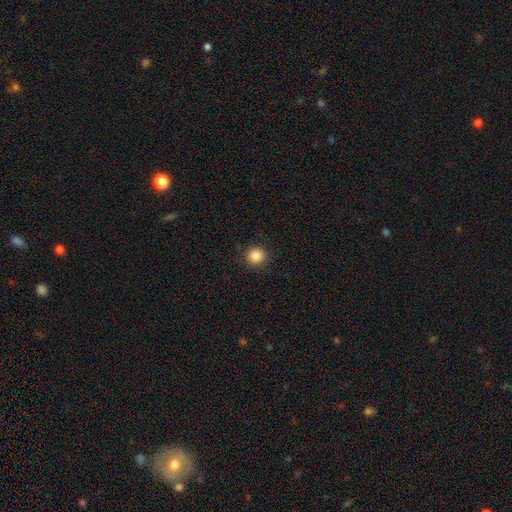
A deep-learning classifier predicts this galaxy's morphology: A smooth galaxy with no disk features (86%) that is round (94%).

Vote fractions:
- Smooth or featured? smooth: 86% / star or artifact: 11% / featured or disk: 4%
- How rounded? round: 94% / in between: 5% / cigar-shaped: 1%
- Merging? none: 92% / minor disturbance: 6% / major disturbance: 2% / merger: 1%